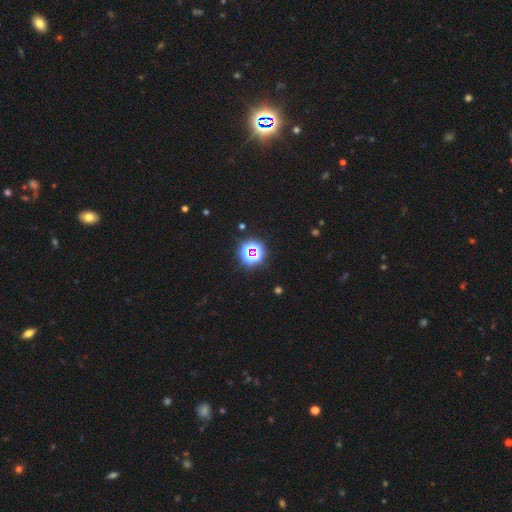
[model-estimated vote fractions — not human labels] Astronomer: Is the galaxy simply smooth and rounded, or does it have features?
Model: star or artifact — 68%.